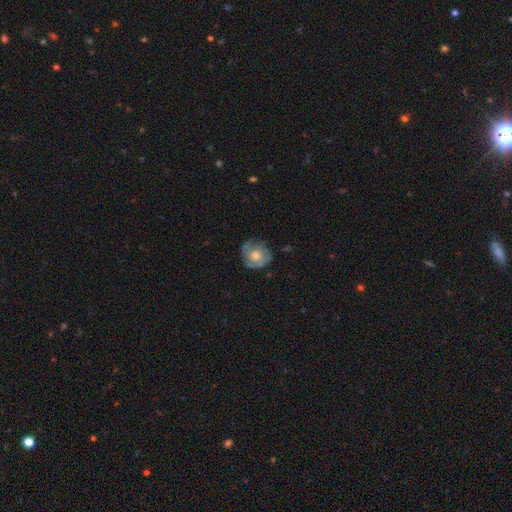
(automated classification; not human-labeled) This appears to be a featured or disk galaxy (57%) with no bar (83%), spiral arms (74%) and a moderate central bulge (65%). Merging: none (69%).